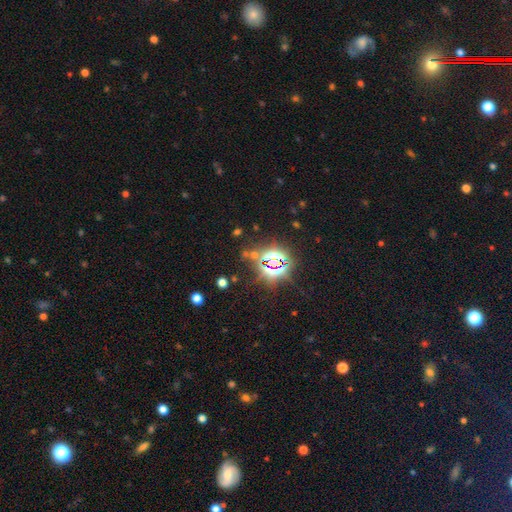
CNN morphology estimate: Smooth or featured: star or artifact — 81% (smooth — 11%)